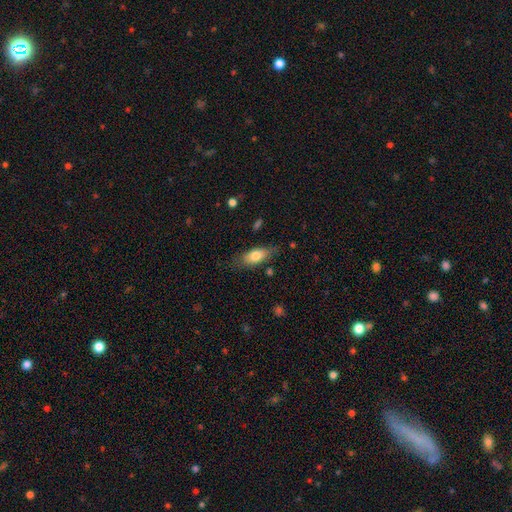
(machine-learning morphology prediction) Q: Smooth or featured?
A: smooth (75%); runner-up: featured or disk (18%)
Q: How rounded?
A: in between (78%); runner-up: cigar-shaped (20%)
Q: Merging?
A: none (72%); runner-up: minor disturbance (21%)